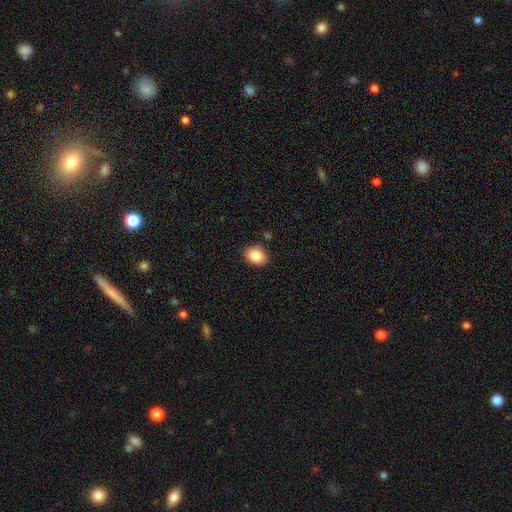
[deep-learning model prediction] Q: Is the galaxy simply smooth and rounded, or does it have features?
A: smooth — 85%.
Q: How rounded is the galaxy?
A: in between — 60%.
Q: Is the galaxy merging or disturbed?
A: none — 85%.